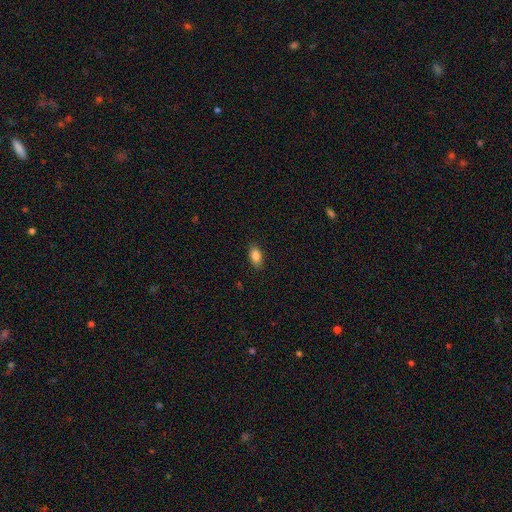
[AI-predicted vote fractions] This appears to be a smooth galaxy with no disk features (86%) that is in between round and cigar-shaped (90%). Merging: none (88%).